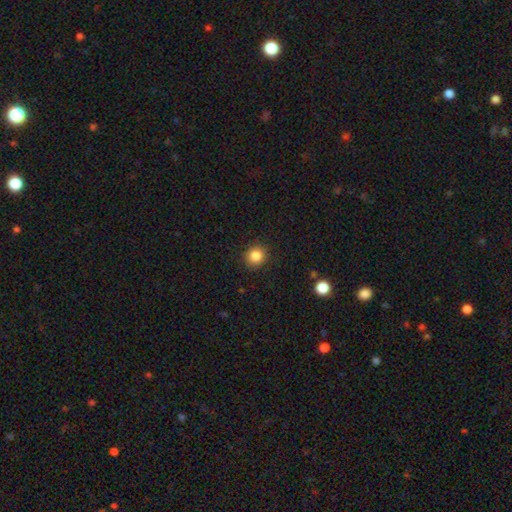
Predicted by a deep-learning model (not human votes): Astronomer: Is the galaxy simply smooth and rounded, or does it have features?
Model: smooth — 85%.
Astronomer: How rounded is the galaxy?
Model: round — 88%.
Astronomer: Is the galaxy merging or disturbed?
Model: none — 90%.